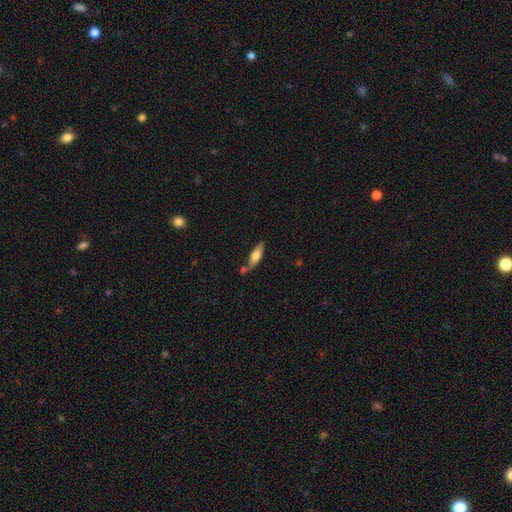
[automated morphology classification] A smooth galaxy with no disk features (61%) that is cigar-shaped (53%).

Vote fractions:
- Smooth or featured? smooth: 61% / featured or disk: 33% / star or artifact: 6%
- How rounded? cigar-shaped: 53% / in between: 45% / round: 2%
- Merging? none: 66% / minor disturbance: 16% / merger: 14% / major disturbance: 4%